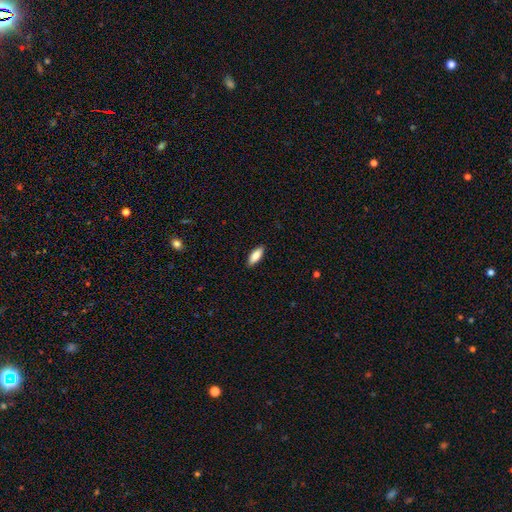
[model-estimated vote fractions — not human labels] Smooth or featured?
  - smooth: 86% *
  - featured or disk: 8%
  - star or artifact: 6%
How rounded?
  - in between: 75% *
  - cigar-shaped: 23%
  - round: 2%
Merging?
  - none: 89% *
  - minor disturbance: 8%
  - major disturbance: 2%
  - merger: 1%